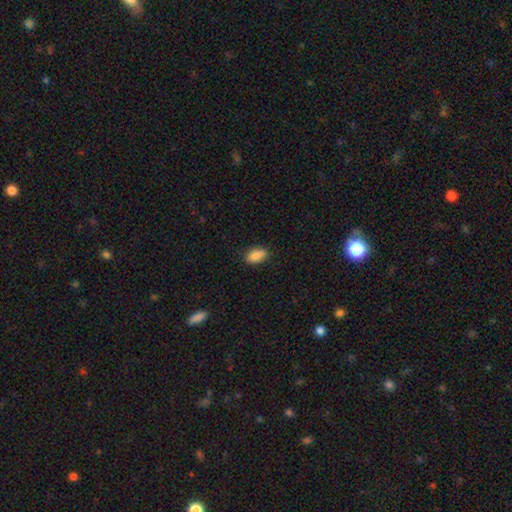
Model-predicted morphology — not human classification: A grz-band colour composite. It shows a smooth galaxy with no disk features (86%) that is in between round and cigar-shaped (90%). Merging: none (82%).